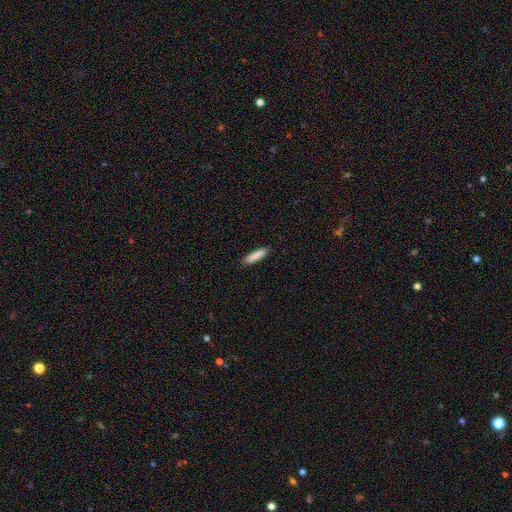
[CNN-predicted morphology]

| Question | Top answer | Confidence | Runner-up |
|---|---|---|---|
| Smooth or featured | smooth | 87% | star or artifact (6%) |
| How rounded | cigar-shaped | 81% | in between (17%) |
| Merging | none | 89% | minor disturbance (8%) |